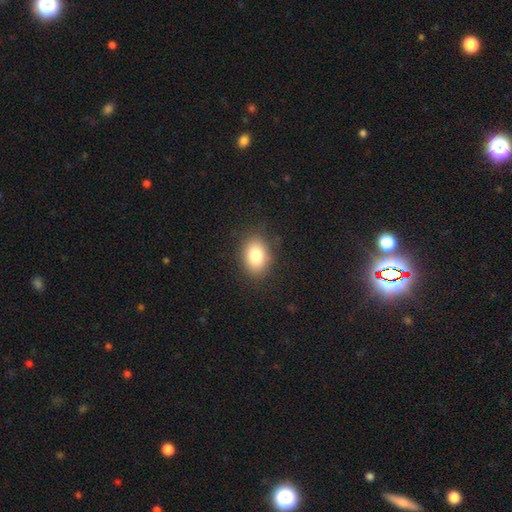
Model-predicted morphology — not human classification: A smooth galaxy with no disk features (81%) that is in between round and cigar-shaped (73%).

Vote fractions:
- Smooth or featured? smooth: 81% / featured or disk: 10% / star or artifact: 9%
- How rounded? in between: 73% / round: 26% / cigar-shaped: 1%
- Merging? none: 85% / minor disturbance: 11% / major disturbance: 3% / merger: 1%